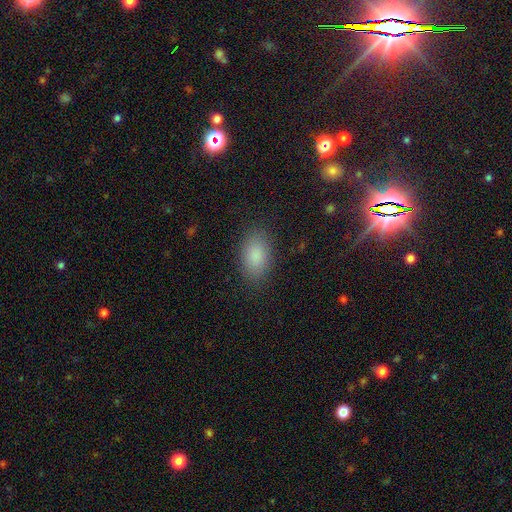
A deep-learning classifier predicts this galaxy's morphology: A smooth galaxy with no disk features (87%) that is in between round and cigar-shaped (91%). Merging: none (86%).